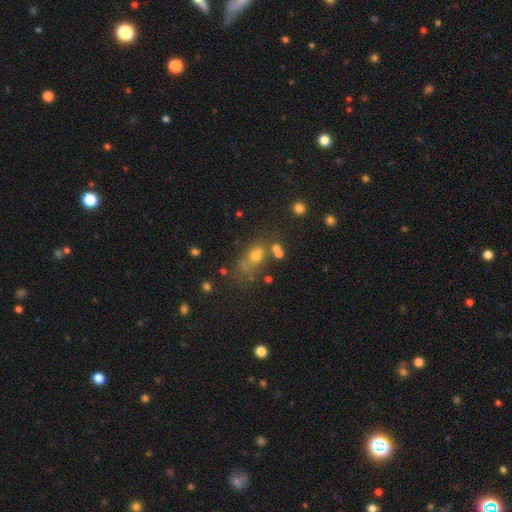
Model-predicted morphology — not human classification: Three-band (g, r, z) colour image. It shows a smooth galaxy with no disk features (51%) that is round (52%). Merging: none (47%).